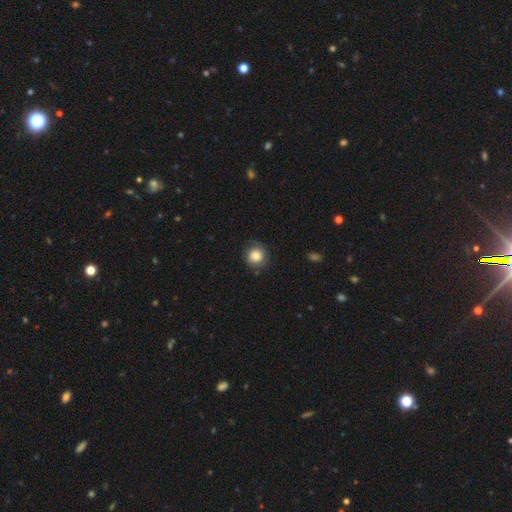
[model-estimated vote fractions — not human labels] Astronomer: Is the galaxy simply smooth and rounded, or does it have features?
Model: smooth — 82%.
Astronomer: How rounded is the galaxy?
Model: round — 89%.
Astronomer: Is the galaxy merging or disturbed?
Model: none — 77%.